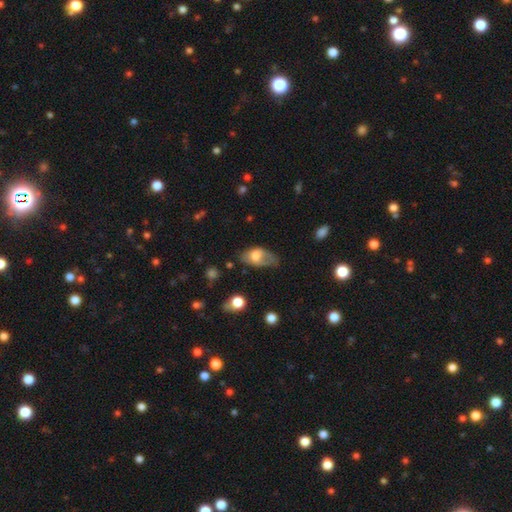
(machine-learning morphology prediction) A smooth galaxy with no disk features (63%) that is in between round and cigar-shaped (91%).

Vote fractions:
- Smooth or featured? smooth: 63% / featured or disk: 29% / star or artifact: 8%
- How rounded? in between: 91% / round: 6% / cigar-shaped: 4%
- Merging? none: 38% / minor disturbance: 36% / major disturbance: 23% / merger: 3%